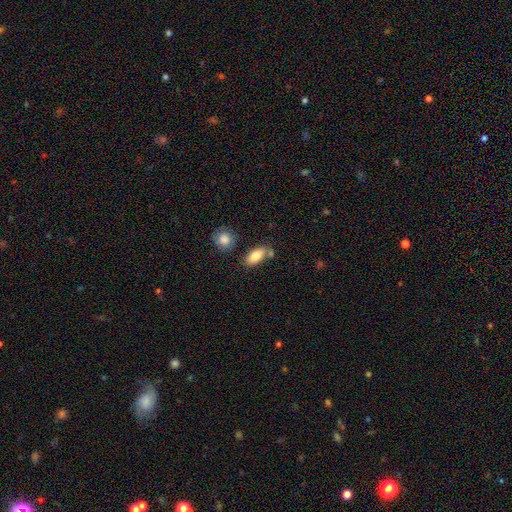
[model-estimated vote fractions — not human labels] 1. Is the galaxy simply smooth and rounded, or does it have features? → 82% smooth, 11% featured or disk, 7% star or artifact.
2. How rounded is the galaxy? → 88% in between, 9% cigar-shaped, 4% round.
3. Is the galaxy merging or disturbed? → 69% none, 14% minor disturbance, 13% merger, 4% major disturbance.